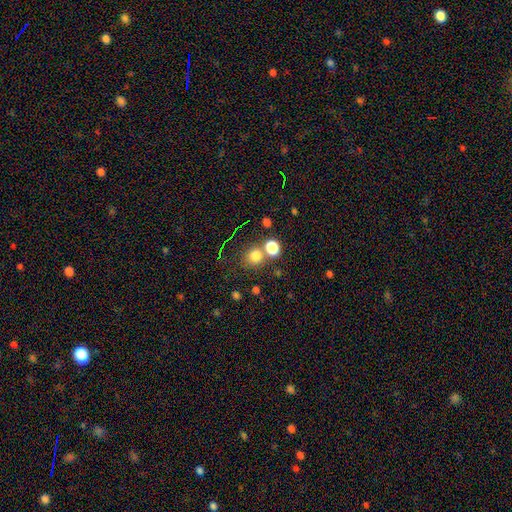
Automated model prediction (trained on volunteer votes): smooth 75%, star or artifact 18%, featured or disk 7%. Down the decision tree: how rounded — round (81%); merging — none (64%).